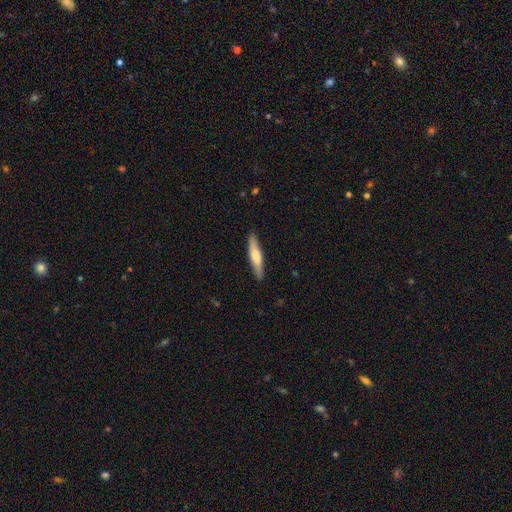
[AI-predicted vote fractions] A smooth galaxy with no disk features (58%) that is cigar-shaped (87%). Merging: none (89%).